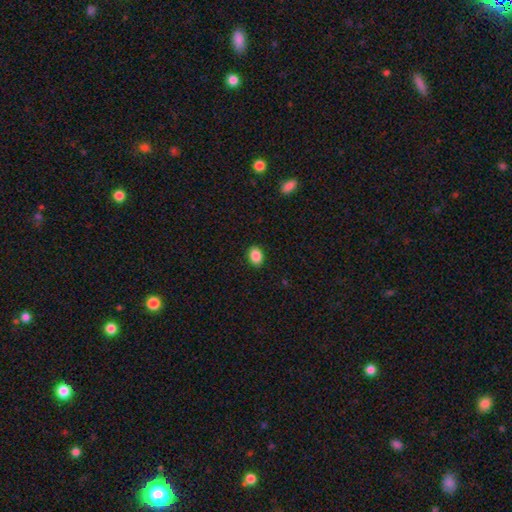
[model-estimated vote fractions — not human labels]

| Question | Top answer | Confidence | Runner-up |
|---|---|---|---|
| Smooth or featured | smooth | 88% | star or artifact (8%) |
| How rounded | in between | 74% | round (24%) |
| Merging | none | 90% | minor disturbance (7%) |